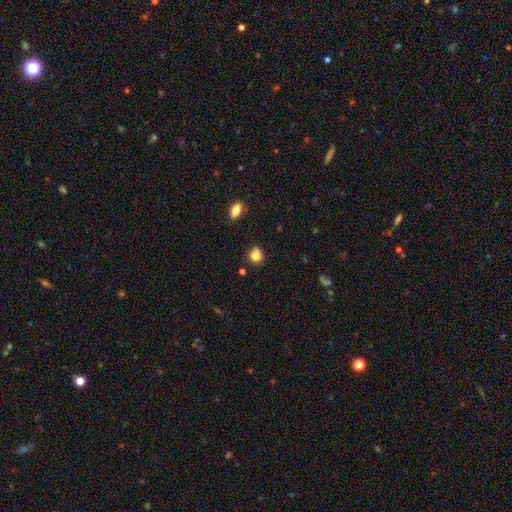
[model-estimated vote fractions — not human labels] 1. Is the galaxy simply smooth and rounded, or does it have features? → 83% smooth, 11% star or artifact, 7% featured or disk.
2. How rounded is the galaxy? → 75% round, 24% in between, 1% cigar-shaped.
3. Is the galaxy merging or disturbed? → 82% none, 13% minor disturbance, 3% major disturbance, 2% merger.